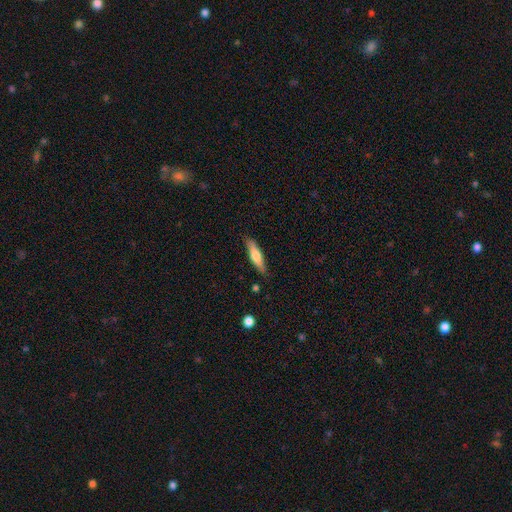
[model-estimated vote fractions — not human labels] A smooth galaxy with no disk features (59%) that is cigar-shaped (73%).

Vote fractions:
- Smooth or featured? smooth: 59% / featured or disk: 35% / star or artifact: 6%
- How rounded? cigar-shaped: 73% / in between: 25% / round: 2%
- Merging? none: 84% / minor disturbance: 12% / major disturbance: 2% / merger: 2%